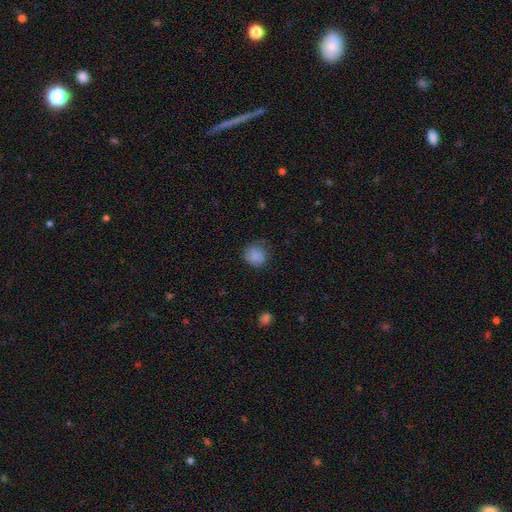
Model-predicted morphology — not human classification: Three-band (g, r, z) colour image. It shows a smooth galaxy with no disk features (81%) that is round (82%). Merging: none (69%).